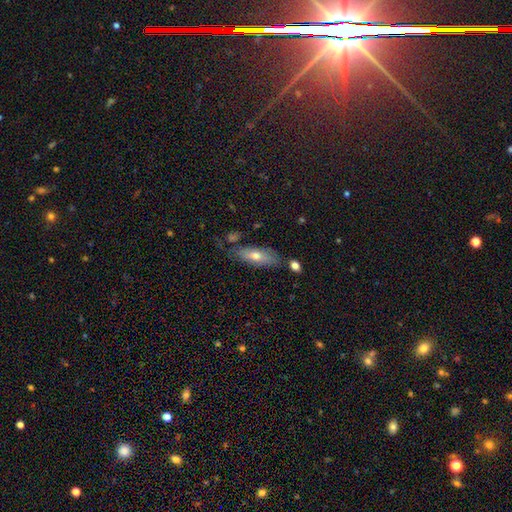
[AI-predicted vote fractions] Morphology: type=smooth (59%); roundness=in between (62%); merging=none (69%).